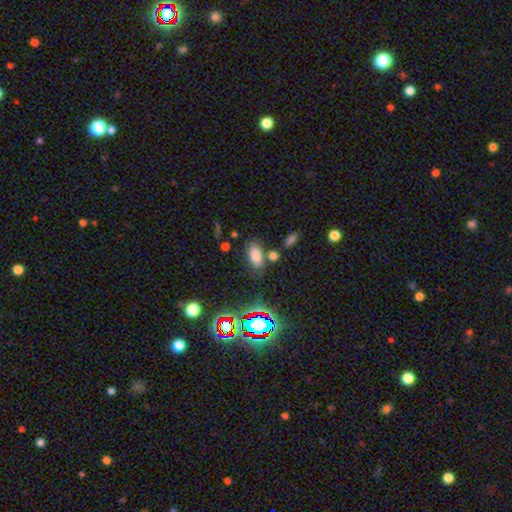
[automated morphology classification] Overall: smooth (77%). How rounded: in between (90%). Merging: none (71%).